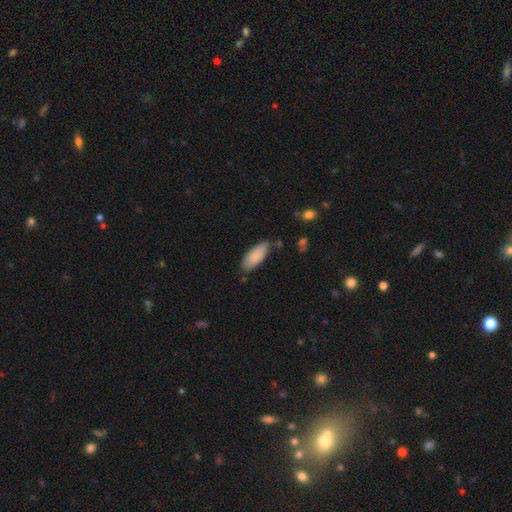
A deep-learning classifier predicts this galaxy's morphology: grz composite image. It shows a smooth galaxy with no disk features (87%) that is in between round and cigar-shaped (81%). Merging: none (71%).